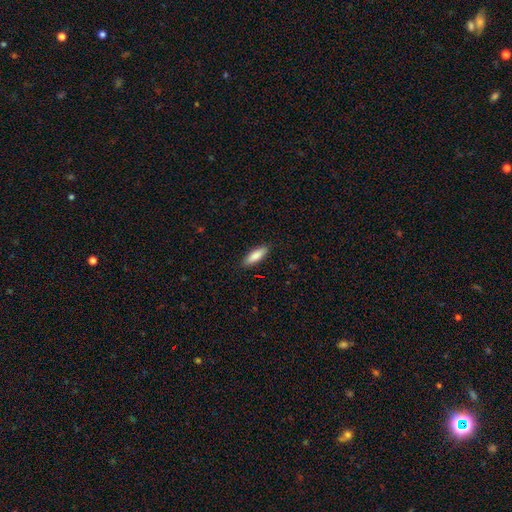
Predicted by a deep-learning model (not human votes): Morphology: type=smooth (85%); roundness=in between (51%); merging=none (88%).